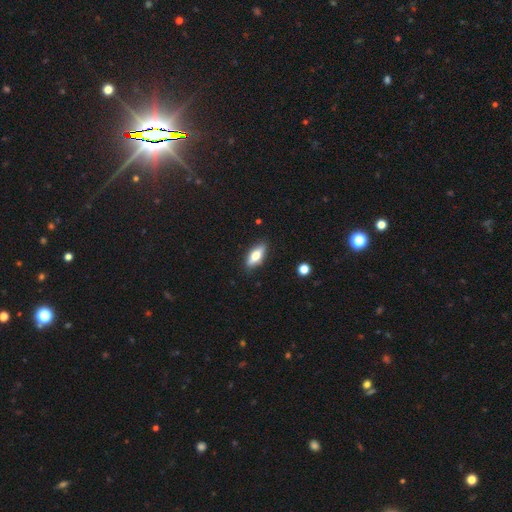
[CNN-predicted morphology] This appears to be a smooth galaxy with no disk features (60%) that is in between round and cigar-shaped (68%). Merging: none (87%).